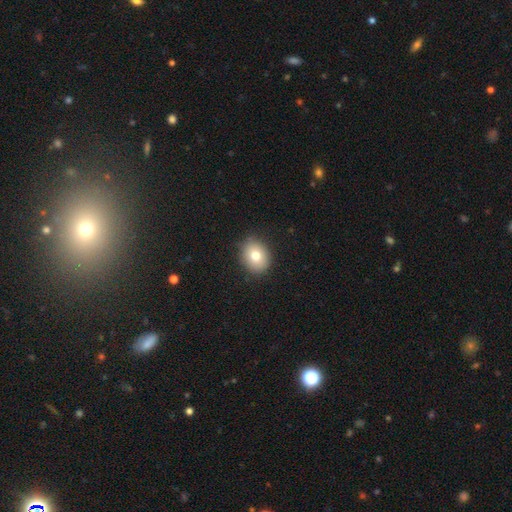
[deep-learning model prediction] Smooth or featured? Predicted: smooth (p=0.76). How rounded? Predicted: round (p=0.57). Merging? Predicted: none (p=0.87).